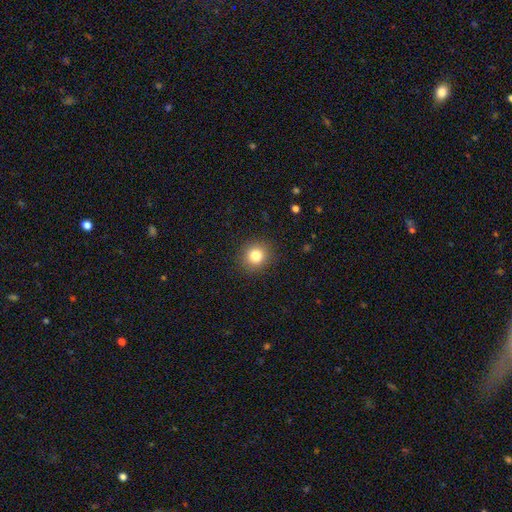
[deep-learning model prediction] smooth-or-featured: smooth: 82% | star or artifact: 11% | featured or disk: 7%
  how-rounded: round: 84% | in between: 15% | cigar-shaped: 1%
  merging: none: 90% | minor disturbance: 7% | major disturbance: 2% | merger: 1%